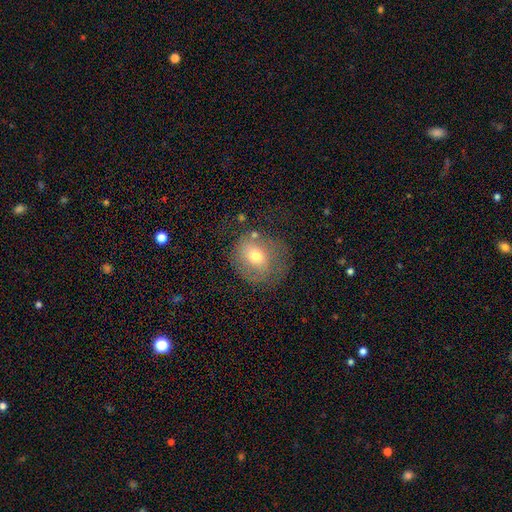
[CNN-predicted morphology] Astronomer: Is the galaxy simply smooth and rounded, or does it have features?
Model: smooth — 60%.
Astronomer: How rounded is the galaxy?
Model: round — 69%.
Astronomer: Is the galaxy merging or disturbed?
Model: none — 56%.